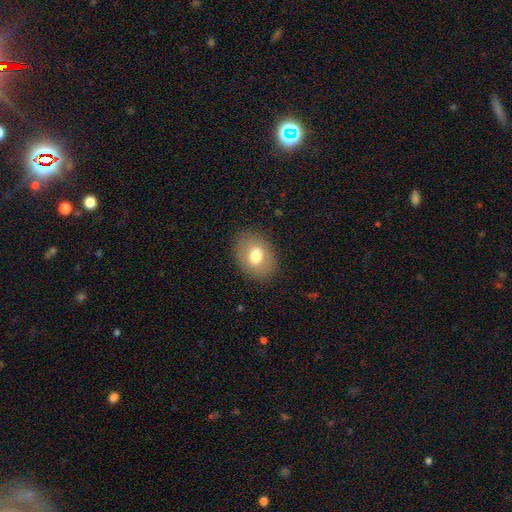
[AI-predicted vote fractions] This appears to be a smooth galaxy with no disk features (73%) that is in between round and cigar-shaped (67%). Merging: none (86%).